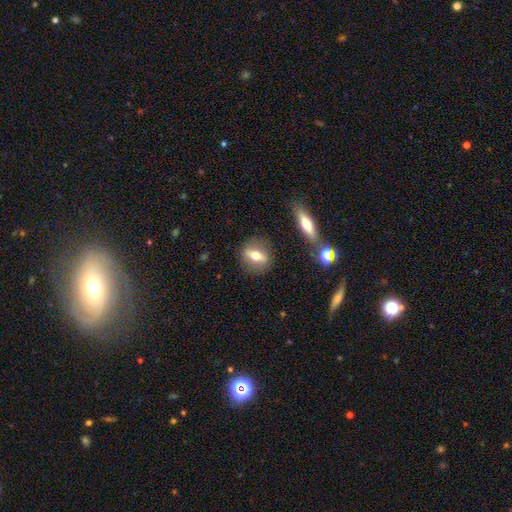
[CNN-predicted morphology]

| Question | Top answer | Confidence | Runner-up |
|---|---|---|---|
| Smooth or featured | smooth | 52% | featured or disk (39%) |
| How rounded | in between | 52% | round (34%) |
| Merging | none | 83% | minor disturbance (10%) |